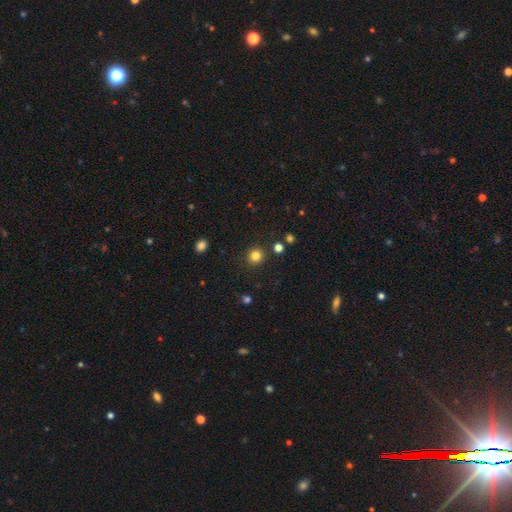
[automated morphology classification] A smooth galaxy with no disk features (81%) that is round (91%).

Vote fractions:
- Smooth or featured? smooth: 81% / star or artifact: 13% / featured or disk: 5%
- How rounded? round: 91% / in between: 8% / cigar-shaped: 1%
- Merging? none: 90% / minor disturbance: 6% / merger: 2% / major disturbance: 2%